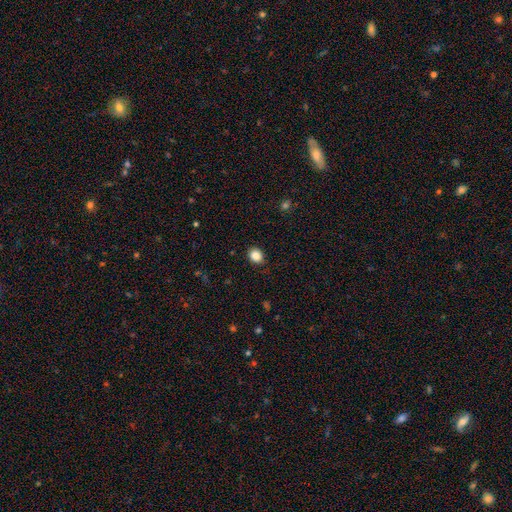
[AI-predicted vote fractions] Smooth or featured: smooth — 87% (star or artifact — 10%)
How rounded: round — 65% (in between — 34%)
Merging: none — 87% (minor disturbance — 9%)